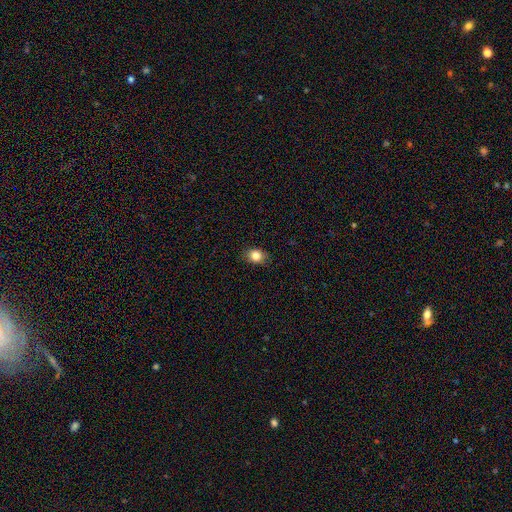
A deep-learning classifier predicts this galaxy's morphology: Smooth or featured?
  - smooth: 83% *
  - star or artifact: 10%
  - featured or disk: 7%
How rounded?
  - in between: 50% *
  - round: 49%
  - cigar-shaped: 1%
Merging?
  - none: 86% *
  - minor disturbance: 11%
  - major disturbance: 2%
  - merger: 1%